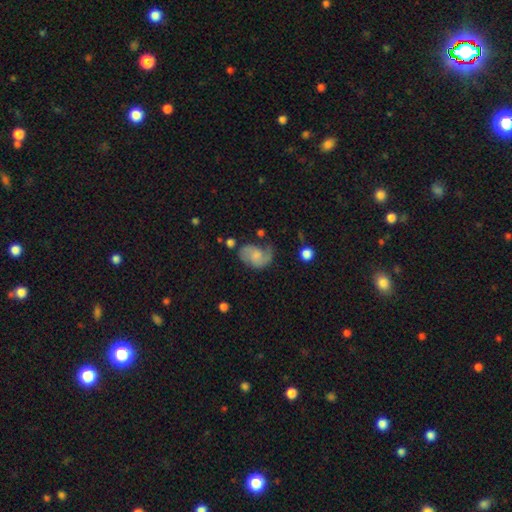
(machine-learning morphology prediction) type=featured or disk (63%); edge-on=no (98%); bar=no (64%); spiral arms=yes (91%); winding=medium (44%); arm count=2 (75%); bulge=small (37%); merging=none (49%).